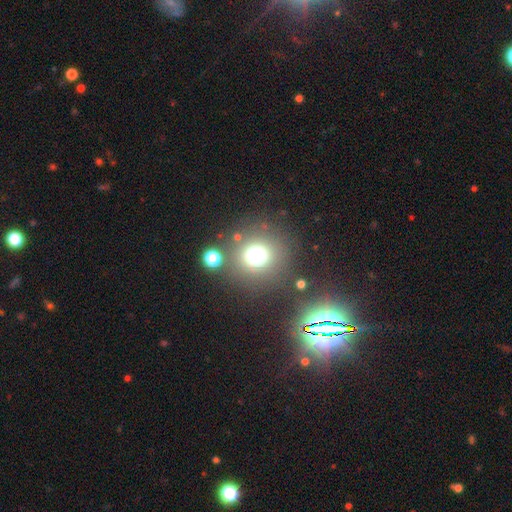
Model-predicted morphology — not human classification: type=smooth (60%); roundness=round (91%); merging=none (77%).